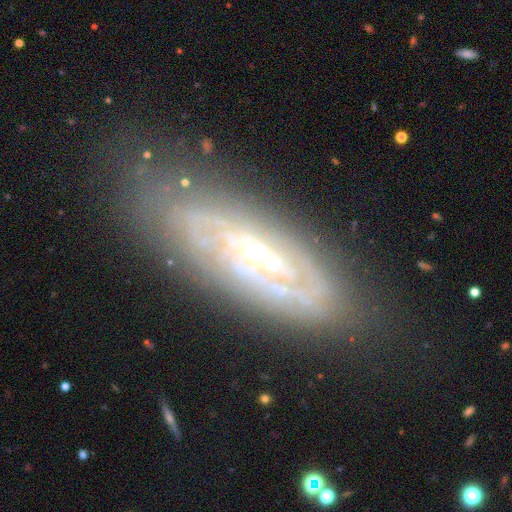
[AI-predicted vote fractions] Morphology: type=featured or disk (82%); edge-on=no (81%); bar=no (48%); spiral arms=yes (86%); winding=tight (72%); arm count=can't tell (49%); bulge=small (53%); merging=none (74%).